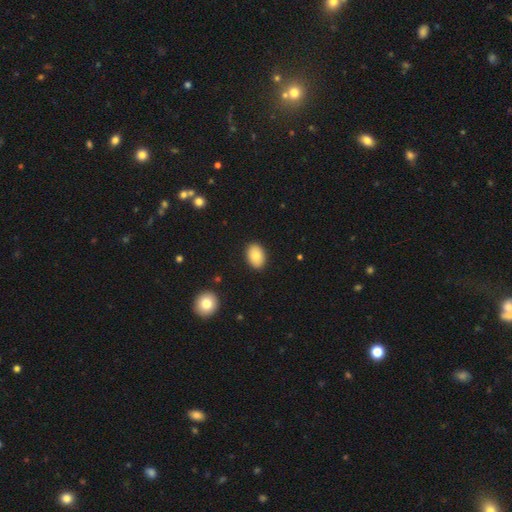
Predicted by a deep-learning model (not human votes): smooth_or_featured: smooth (p=0.82) [alt: featured or disk p=0.10]
how_rounded: in between (p=0.86) [alt: round p=0.13]
merging: none (p=0.88) [alt: minor disturbance p=0.08]